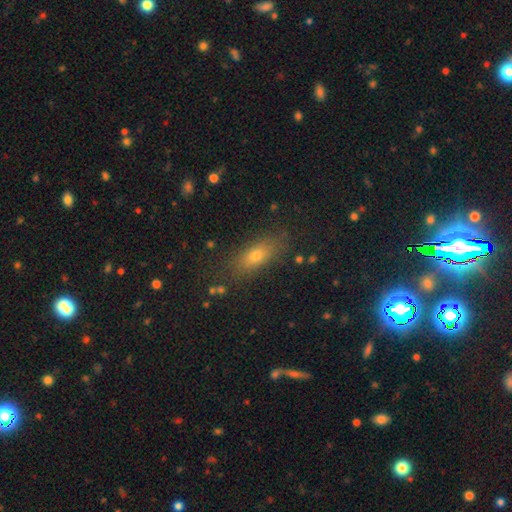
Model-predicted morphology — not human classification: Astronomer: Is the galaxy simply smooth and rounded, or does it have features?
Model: smooth — 70%.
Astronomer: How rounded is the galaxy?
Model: in between — 67%.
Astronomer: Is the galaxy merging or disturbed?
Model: none — 81%.